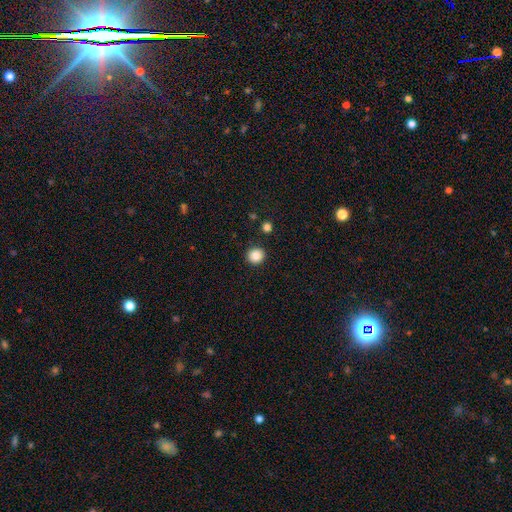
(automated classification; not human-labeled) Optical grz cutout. It shows a smooth galaxy with no disk features (86%) that is round (91%). Merging: none (91%).